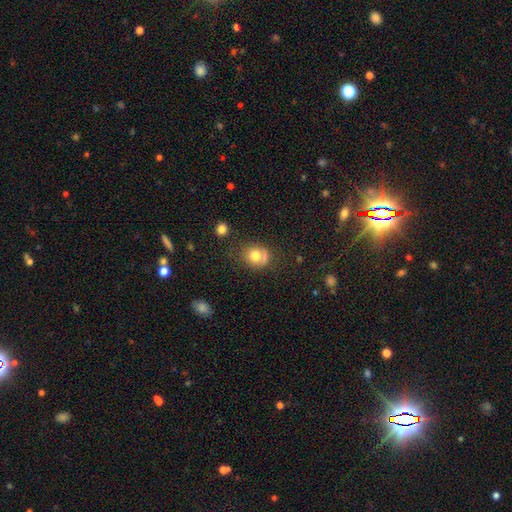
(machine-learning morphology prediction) Smooth or featured?
  - smooth: 73% *
  - featured or disk: 16%
  - star or artifact: 11%
How rounded?
  - round: 71% *
  - in between: 28%
  - cigar-shaped: 1%
Merging?
  - none: 55% *
  - minor disturbance: 23%
  - major disturbance: 13%
  - merger: 10%